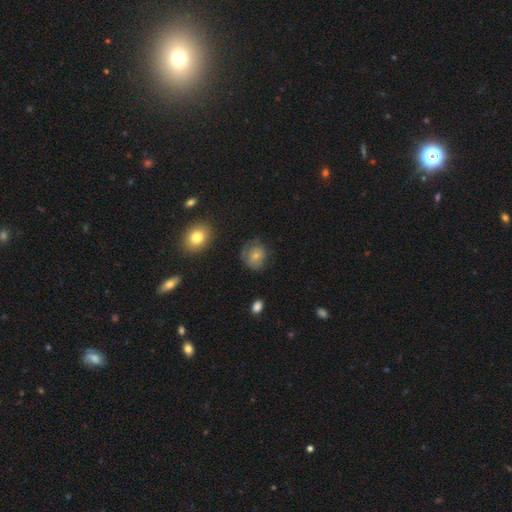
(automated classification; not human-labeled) A smooth galaxy with no disk features (63%) that is round (71%). Merging: none (57%).